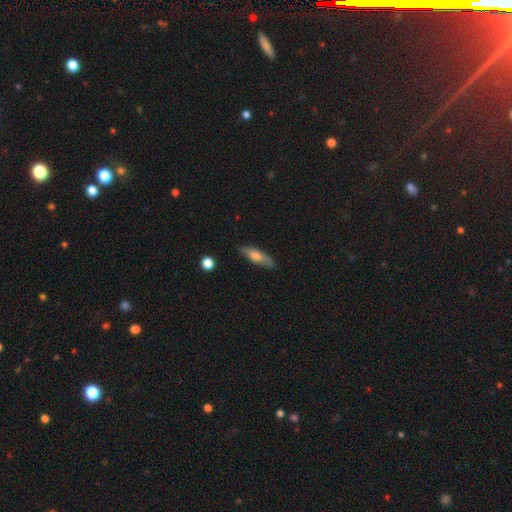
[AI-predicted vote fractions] smooth-or-featured: smooth: 62% | featured or disk: 31% | star or artifact: 7%
  how-rounded: in between: 51% | cigar-shaped: 46% | round: 3%
  merging: none: 78% | minor disturbance: 17% | major disturbance: 3% | merger: 2%